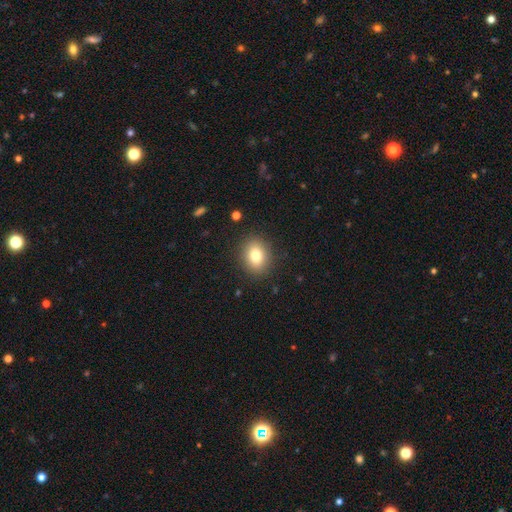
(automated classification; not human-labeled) Smooth or featured? Predicted: smooth (p=0.81). How rounded? Predicted: in between (p=0.55). Merging? Predicted: none (p=0.88).